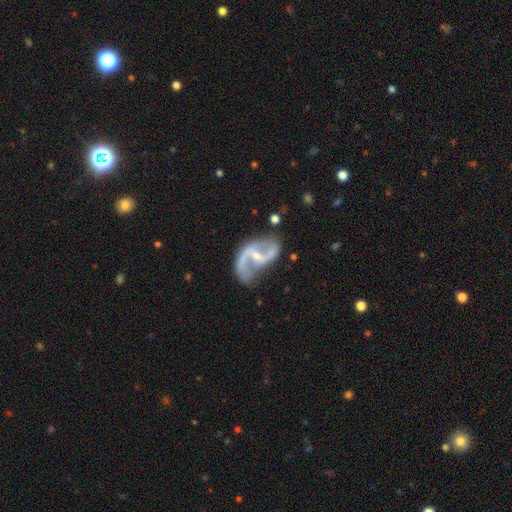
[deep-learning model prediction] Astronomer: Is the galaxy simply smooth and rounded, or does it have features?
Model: featured or disk — 88%.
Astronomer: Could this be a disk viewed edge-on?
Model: no — 97%.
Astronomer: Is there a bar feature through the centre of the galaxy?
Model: weak — 44% (runner-up: strong, 34%).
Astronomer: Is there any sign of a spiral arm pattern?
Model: yes — 92%.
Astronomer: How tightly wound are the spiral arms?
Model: loose — 63%.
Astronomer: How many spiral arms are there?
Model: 2 — 88%.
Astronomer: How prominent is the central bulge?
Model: small — 60%.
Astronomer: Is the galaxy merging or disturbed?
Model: none — 56%.